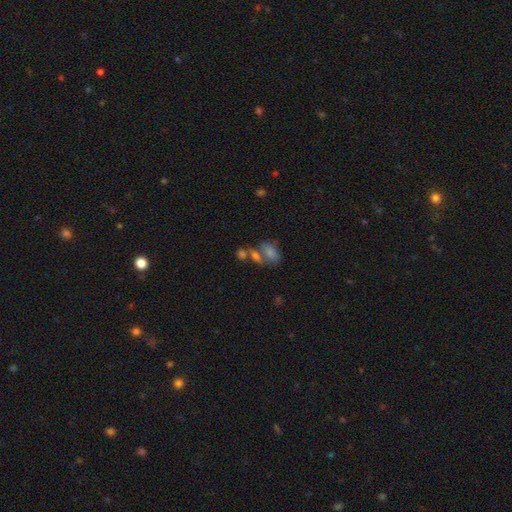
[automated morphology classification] A smooth galaxy with no disk features (39%). Merging: none (43%).